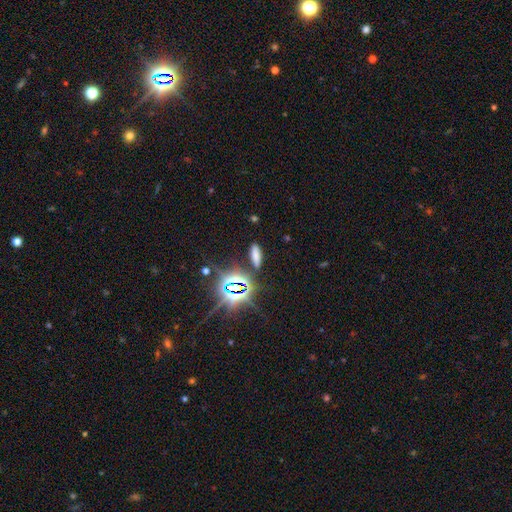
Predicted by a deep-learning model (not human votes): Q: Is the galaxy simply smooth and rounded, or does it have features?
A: smooth — 61%.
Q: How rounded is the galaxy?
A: in between — 53%.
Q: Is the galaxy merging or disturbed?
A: none — 86%.